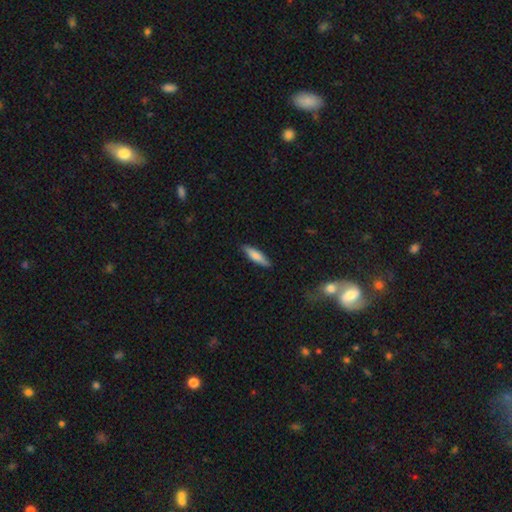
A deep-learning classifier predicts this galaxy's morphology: A smooth galaxy with no disk features (76%) that is cigar-shaped (70%).

Vote fractions:
- Smooth or featured? smooth: 76% / featured or disk: 19% / star or artifact: 6%
- How rounded? cigar-shaped: 70% / in between: 28% / round: 2%
- Merging? none: 87% / minor disturbance: 10% / major disturbance: 2% / merger: 1%